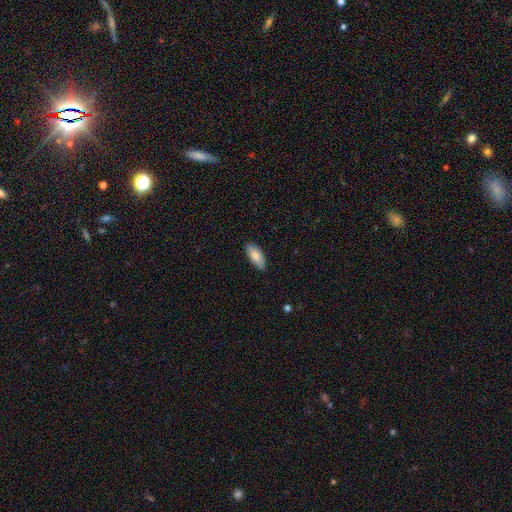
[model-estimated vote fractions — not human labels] Smooth or featured?
  - smooth: 82% *
  - featured or disk: 12%
  - star or artifact: 6%
How rounded?
  - in between: 87% *
  - cigar-shaped: 11%
  - round: 2%
Merging?
  - none: 88% *
  - minor disturbance: 10%
  - major disturbance: 2%
  - merger: 1%